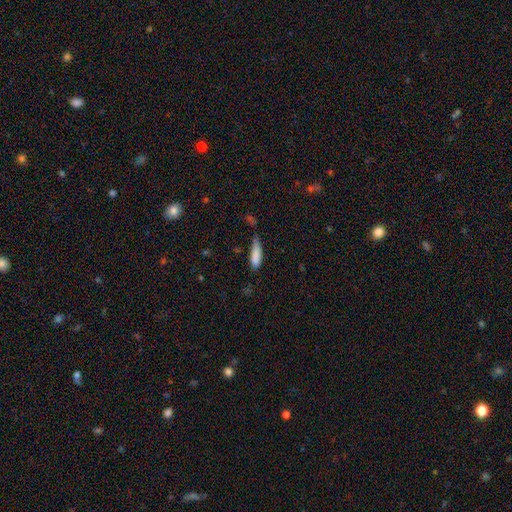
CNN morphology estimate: This appears to be a smooth galaxy with no disk features (83%) that is cigar-shaped (58%). Merging: none (45%).